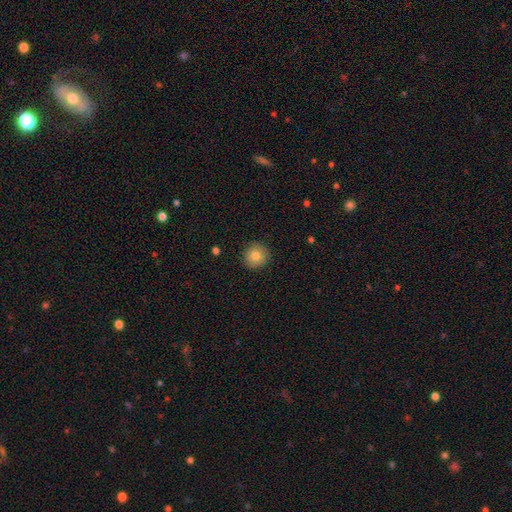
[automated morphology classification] This is likely a smooth galaxy (80%). How rounded: clearly round (93%). Merging: clearly none (90%).